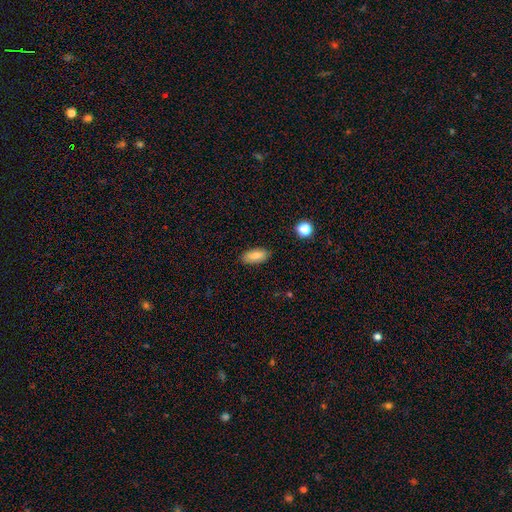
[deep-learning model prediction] smooth-or-featured: smooth: 82% | featured or disk: 10% | star or artifact: 8%
  how-rounded: in between: 86% | cigar-shaped: 11% | round: 3%
  merging: none: 87% | minor disturbance: 10% | major disturbance: 2% | merger: 1%